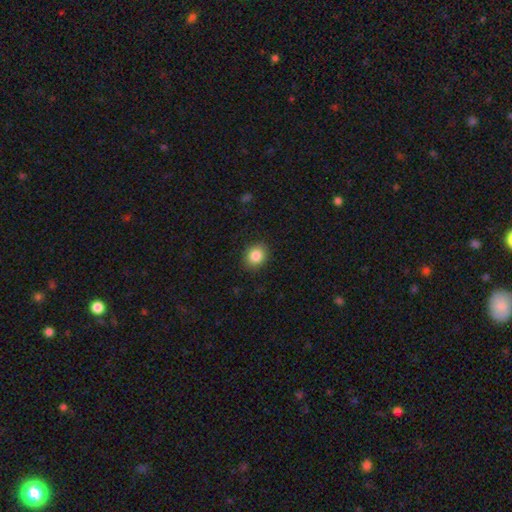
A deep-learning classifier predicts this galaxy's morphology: Overall: smooth (85%). How rounded: round (71%). Merging: none (89%).